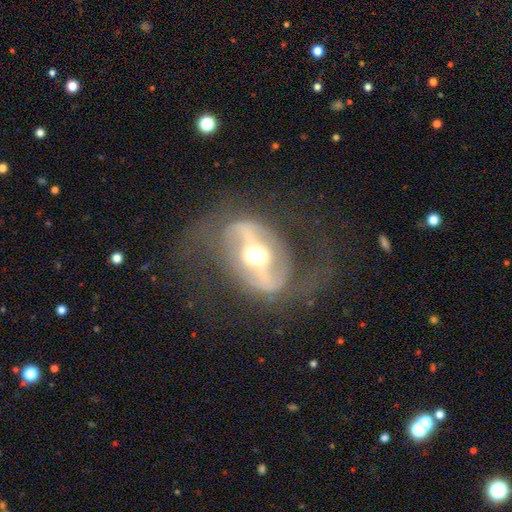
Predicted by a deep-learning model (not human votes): The model was most divided on "spiral arms": yes: 56%, no: 44%. More confident: edge-on disk — no (88%); smooth or featured — featured or disk (83%); bar — strong (73%); bulge size — moderate (67%); merging — none (67%).